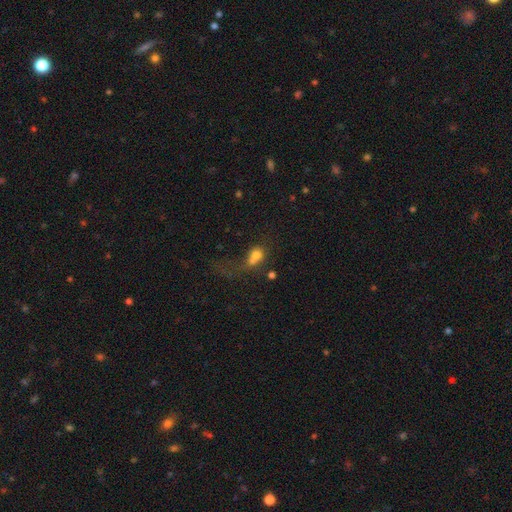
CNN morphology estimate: This appears to be a smooth galaxy with no disk features (67%) that is round (62%). Merging: merger (52%).